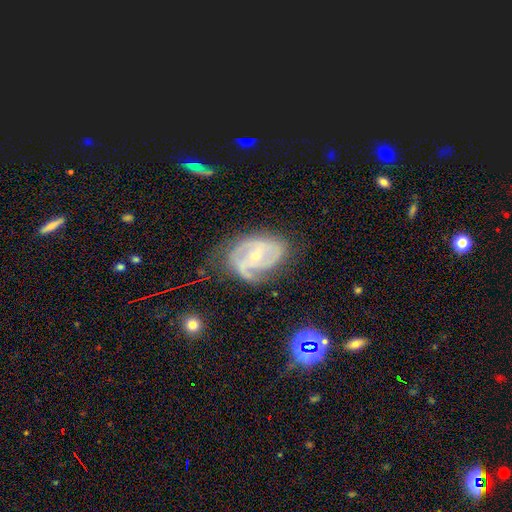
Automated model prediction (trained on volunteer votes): Overall: featured or disk (86%). Edge-on disk: no (97%). Bar: no (45%; weak 39%). Spiral arms: yes (96%). Spiral arm count: 2 (43%; 3 28%). Spiral winding: tight (46%; medium 43%). Bulge size: small (70%). Merging: none (56%; minor disturbance 27%).